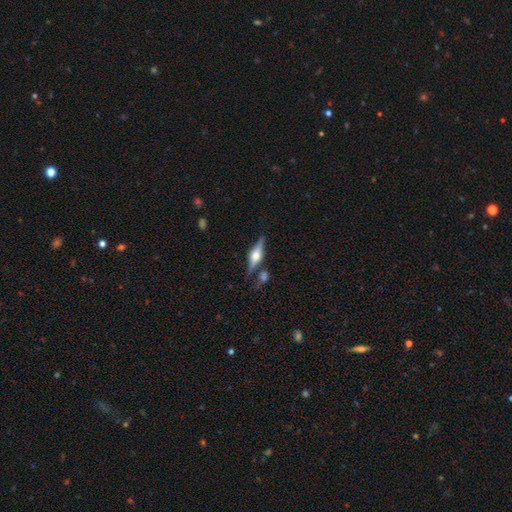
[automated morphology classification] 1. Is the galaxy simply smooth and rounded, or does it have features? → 74% featured or disk, 20% smooth, 7% star or artifact.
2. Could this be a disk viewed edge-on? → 96% yes, 4% no.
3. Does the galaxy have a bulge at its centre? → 91% rounded, 7% boxy, 2% none.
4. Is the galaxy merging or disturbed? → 75% none, 12% minor disturbance, 9% merger, 4% major disturbance.